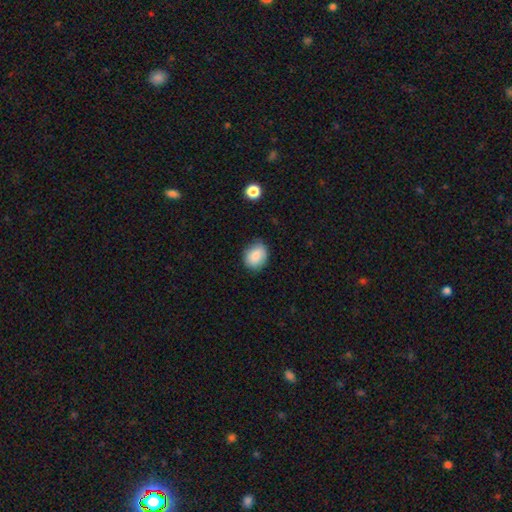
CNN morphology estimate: Smooth or featured?
  - smooth: 85% *
  - star or artifact: 8%
  - featured or disk: 7%
How rounded?
  - round: 51% *
  - in between: 48%
  - cigar-shaped: 1%
Merging?
  - none: 76% *
  - minor disturbance: 20%
  - major disturbance: 3%
  - merger: 1%